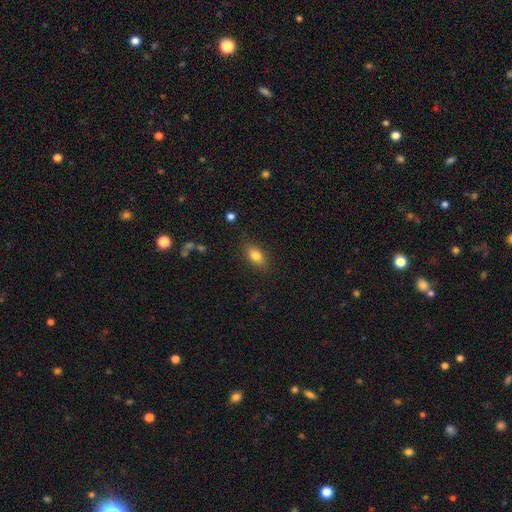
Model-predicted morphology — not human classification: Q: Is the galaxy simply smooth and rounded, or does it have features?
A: smooth — 80%.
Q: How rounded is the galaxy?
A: in between — 83%.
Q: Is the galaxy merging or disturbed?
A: none — 83%.